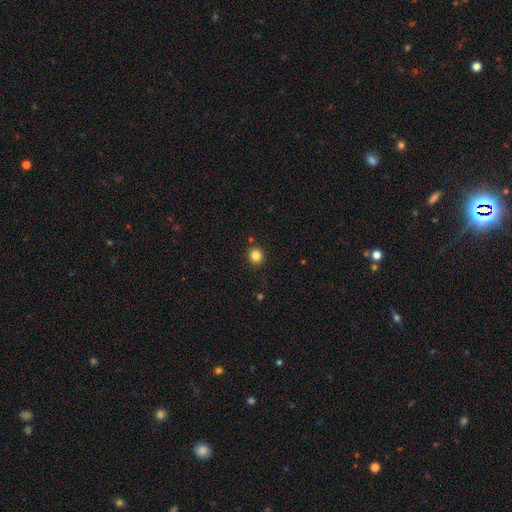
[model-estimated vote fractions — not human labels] A smooth galaxy with no disk features (84%) that is round (87%).

Vote fractions:
- Smooth or featured? smooth: 84% / star or artifact: 12% / featured or disk: 5%
- How rounded? round: 87% / in between: 12% / cigar-shaped: 1%
- Merging? none: 88% / minor disturbance: 7% / merger: 3% / major disturbance: 2%